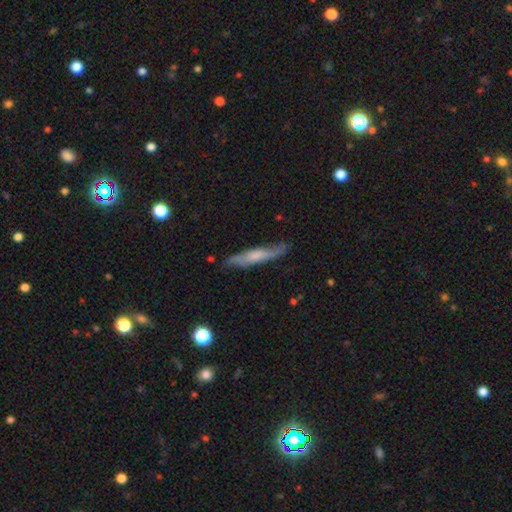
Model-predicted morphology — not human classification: This appears to be a smooth galaxy with no disk features (48%). Merging: none (74%).